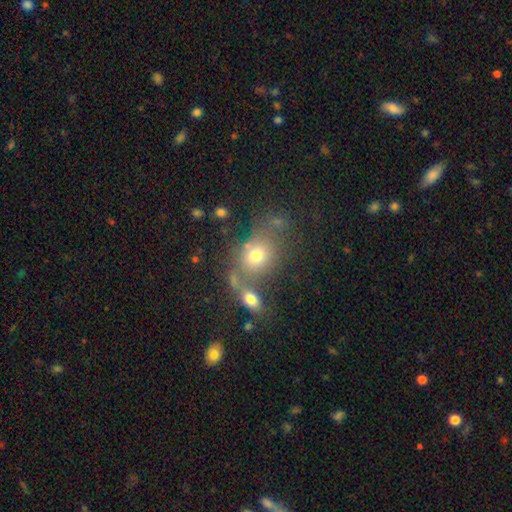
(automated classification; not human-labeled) Q: Smooth or featured?
A: smooth (69%); runner-up: featured or disk (16%)
Q: How rounded?
A: in between (54%); runner-up: round (45%)
Q: Merging?
A: none (44%); runner-up: merger (32%)